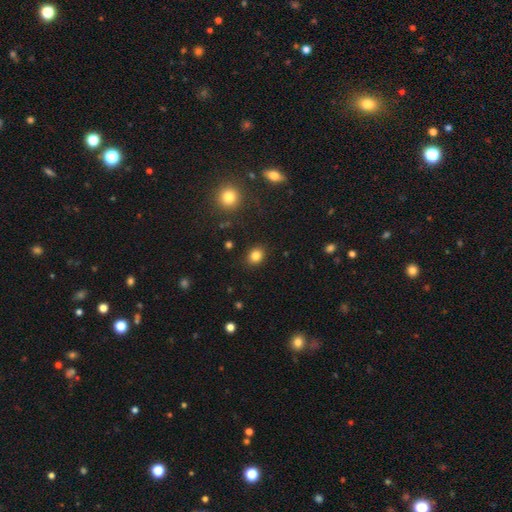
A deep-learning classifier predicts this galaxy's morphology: This appears to be a smooth galaxy with no disk features (83%) that is round (61%). Merging: none (88%).